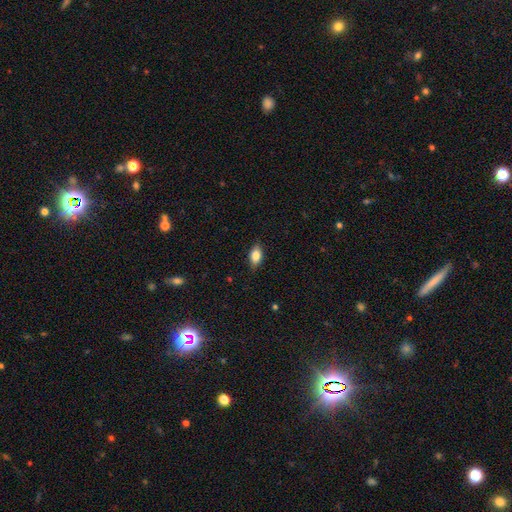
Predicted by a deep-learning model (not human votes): This is clearly a smooth galaxy (80%). How rounded: clearly in between (87%). Merging: clearly none (84%).